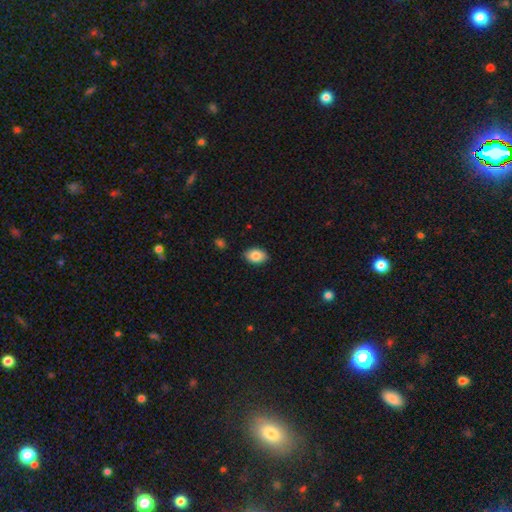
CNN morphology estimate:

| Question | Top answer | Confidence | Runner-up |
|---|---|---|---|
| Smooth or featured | smooth | 86% | star or artifact (7%) |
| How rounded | in between | 87% | round (12%) |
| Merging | none | 87% | minor disturbance (10%) |